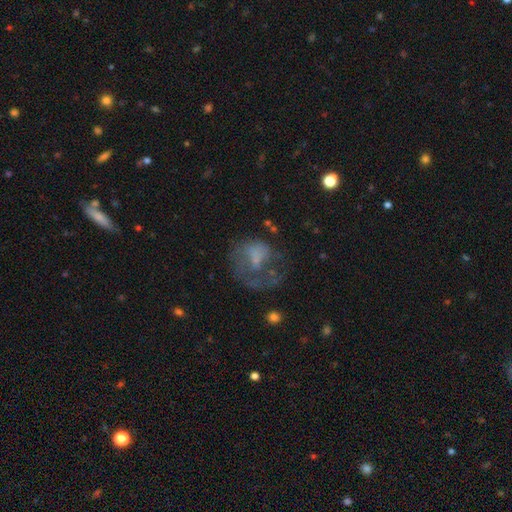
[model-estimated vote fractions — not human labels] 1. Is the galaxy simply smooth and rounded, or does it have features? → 43% featured or disk (tied), 43% smooth (tied), 14% star or artifact.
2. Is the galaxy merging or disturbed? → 49% major disturbance, 28% none, 18% minor disturbance, 5% merger.